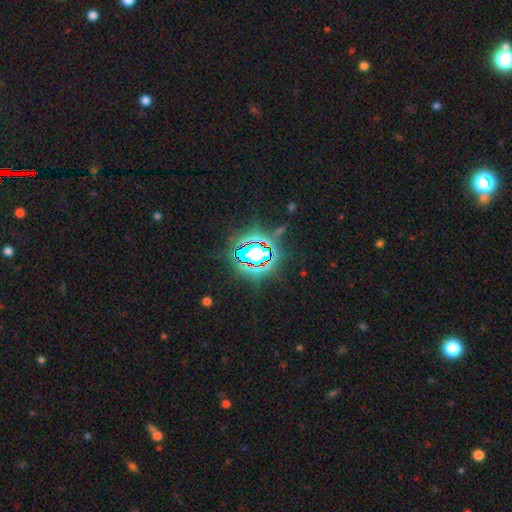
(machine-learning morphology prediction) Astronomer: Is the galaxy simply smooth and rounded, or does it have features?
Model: star or artifact — 82%.